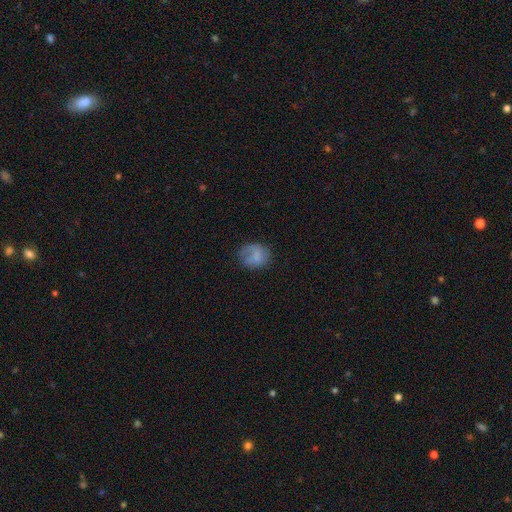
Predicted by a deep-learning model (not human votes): A smooth galaxy with no disk features (71%) that is round (63%). Merging: none (56%).